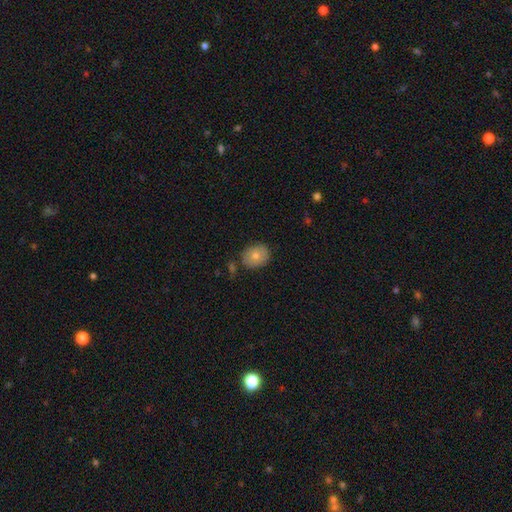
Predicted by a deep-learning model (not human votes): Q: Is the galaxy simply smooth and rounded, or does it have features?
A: smooth — 74%.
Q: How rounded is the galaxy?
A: round — 55%.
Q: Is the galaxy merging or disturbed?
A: none — 80%.